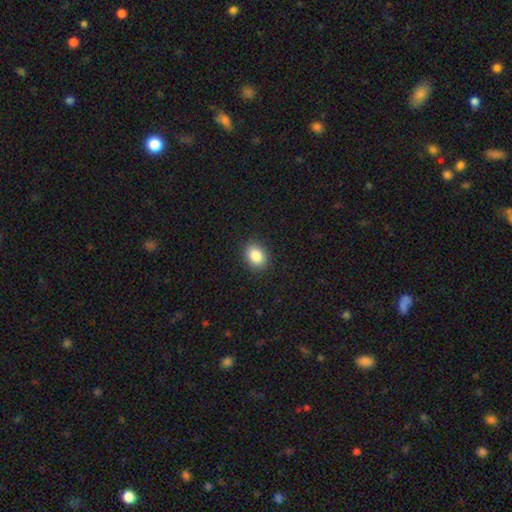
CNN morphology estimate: Smooth or featured? smooth (87%)
How rounded? in between (68%)
Merging? none (90%)